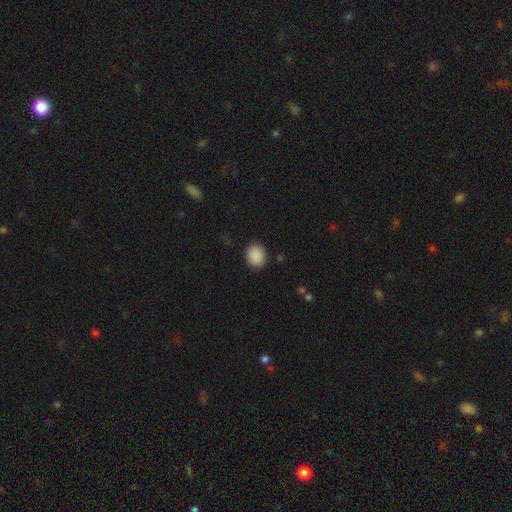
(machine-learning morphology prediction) Q: Smooth or featured?
A: smooth (89%); runner-up: star or artifact (8%)
Q: How rounded?
A: round (67%); runner-up: in between (32%)
Q: Merging?
A: none (89%); runner-up: minor disturbance (8%)